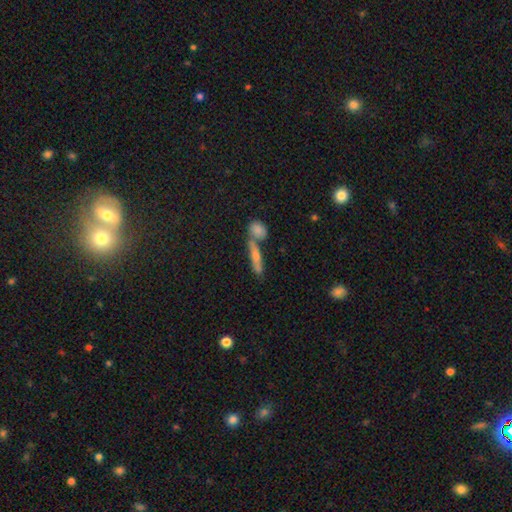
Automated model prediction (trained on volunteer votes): Smooth or featured? smooth (44%)
Merging? none (56%)